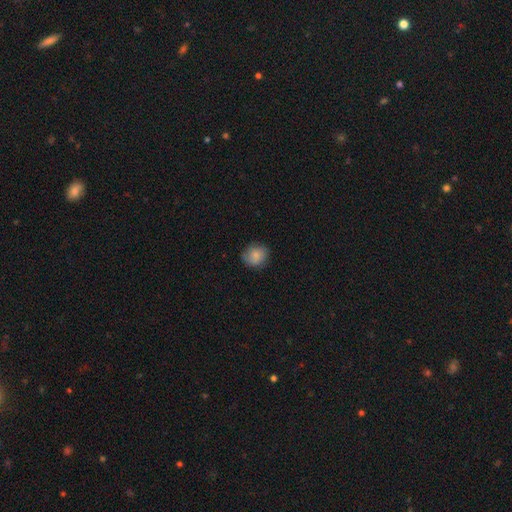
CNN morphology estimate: smooth 76%, featured or disk 16%, star or artifact 8%. Down the decision tree: how rounded — round (80%); merging — none (77%).